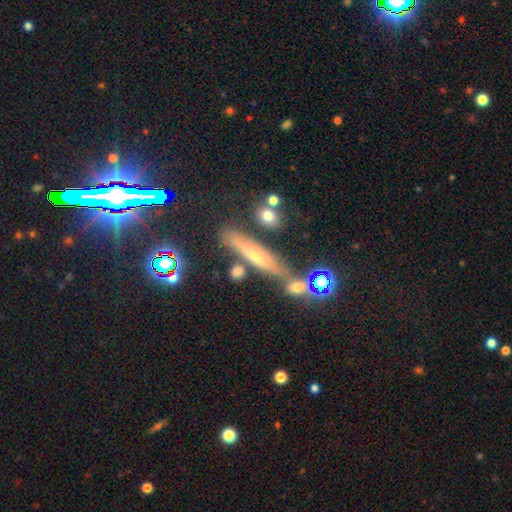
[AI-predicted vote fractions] This is marginally a featured or disk galaxy (43%). Merging: likely none (67%).